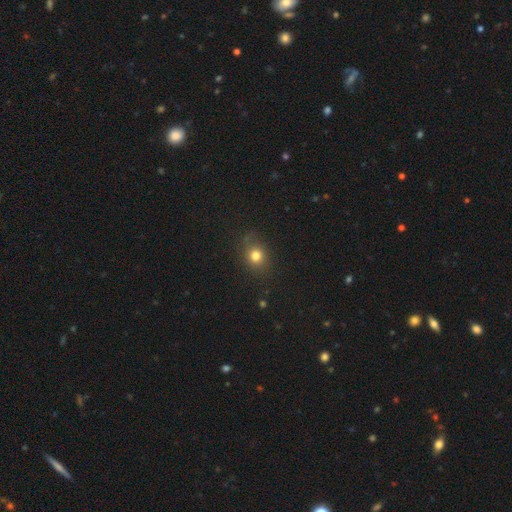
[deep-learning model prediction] Smooth or featured? Predicted: smooth (p=0.78). How rounded? Predicted: round (p=0.66). Merging? Predicted: none (p=0.79).